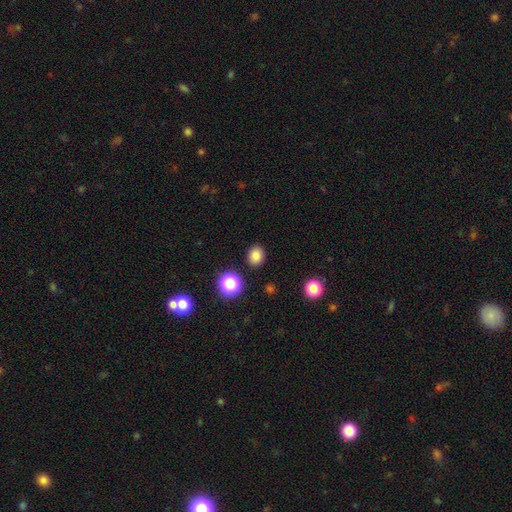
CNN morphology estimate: Q: Smooth or featured?
A: smooth (83%); runner-up: star or artifact (13%)
Q: How rounded?
A: round (55%); runner-up: in between (44%)
Q: Merging?
A: none (88%); runner-up: minor disturbance (7%)